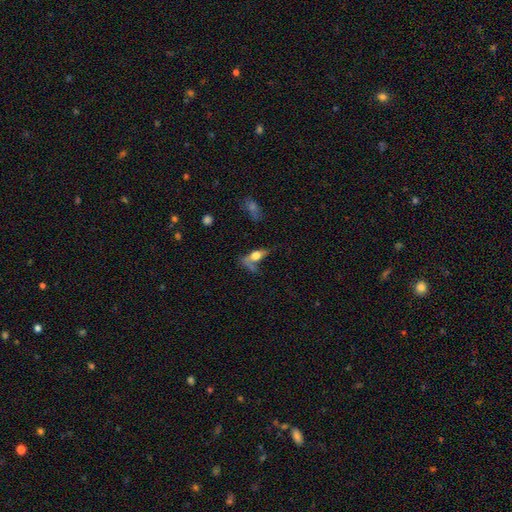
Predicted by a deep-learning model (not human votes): Smooth or featured? Predicted: smooth (p=0.57). How rounded? Predicted: in between (p=0.65). Merging? Predicted: none (p=0.35).